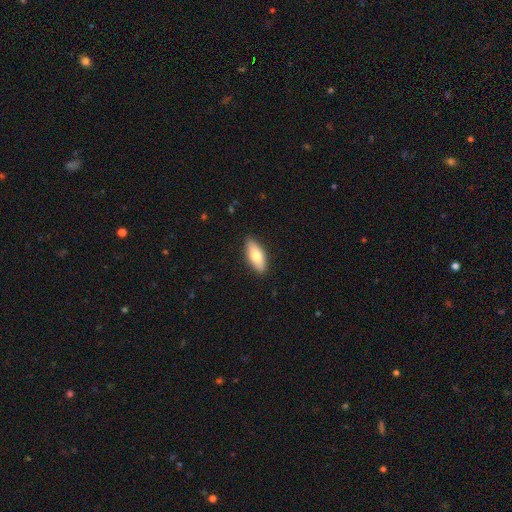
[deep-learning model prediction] A smooth galaxy with no disk features (75%) that is in between round and cigar-shaped (83%).

Vote fractions:
- Smooth or featured? smooth: 75% / featured or disk: 19% / star or artifact: 6%
- How rounded? in between: 83% / cigar-shaped: 15% / round: 2%
- Merging? none: 88% / minor disturbance: 10% / major disturbance: 2% / merger: 1%